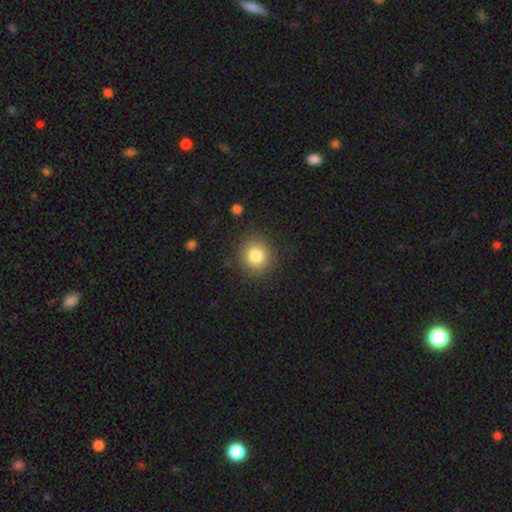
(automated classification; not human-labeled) Smooth or featured? Predicted: smooth (p=0.82). How rounded? Predicted: round (p=0.90). Merging? Predicted: none (p=0.89).